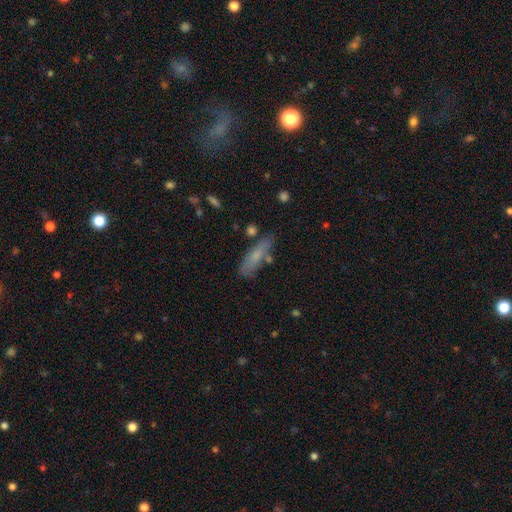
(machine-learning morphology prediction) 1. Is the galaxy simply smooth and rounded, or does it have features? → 65% smooth, 27% featured or disk, 8% star or artifact.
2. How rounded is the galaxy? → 64% cigar-shaped, 34% in between, 2% round.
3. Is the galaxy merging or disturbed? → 72% none, 17% minor disturbance, 7% merger, 4% major disturbance.